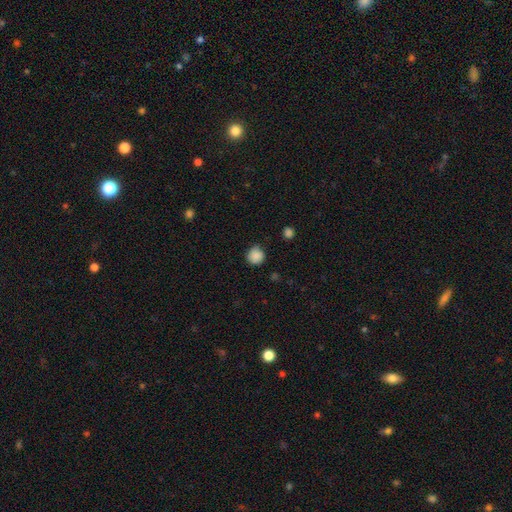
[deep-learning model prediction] Smooth or featured?
  - smooth: 87% *
  - star or artifact: 10%
  - featured or disk: 3%
How rounded?
  - round: 92% *
  - in between: 8%
  - cigar-shaped: 1%
Merging?
  - none: 77% *
  - minor disturbance: 17%
  - major disturbance: 3%
  - merger: 2%